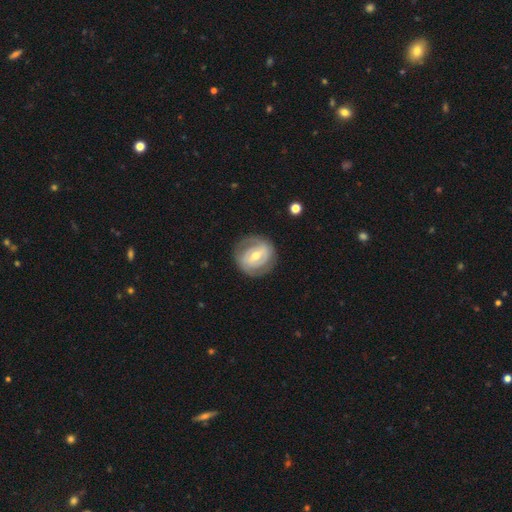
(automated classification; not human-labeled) Smooth or featured?
  - featured or disk: 71% *
  - smooth: 24%
  - star or artifact: 5%
Edge-on disk?
  - no: 97% *
  - yes: 3%
Bar?
  - weak: 44% *
  - strong: 31%
  - no: 25%
Spiral arms?
  - yes: 72% *
  - no: 28%
Bulge size?
  - moderate: 66% *
  - small: 28%
  - large: 4%
  - none: 1%
  - dominant: 1%
Merging?
  - none: 79% *
  - minor disturbance: 13%
  - major disturbance: 6%
  - merger: 1%